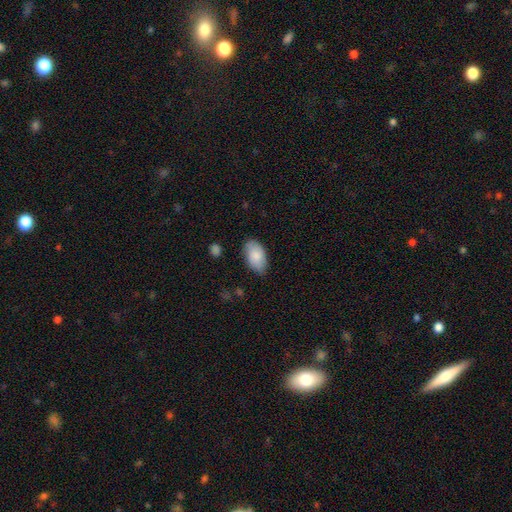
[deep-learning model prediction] This is clearly a smooth galaxy (83%). How rounded: clearly in between (94%). Merging: likely none (74%).